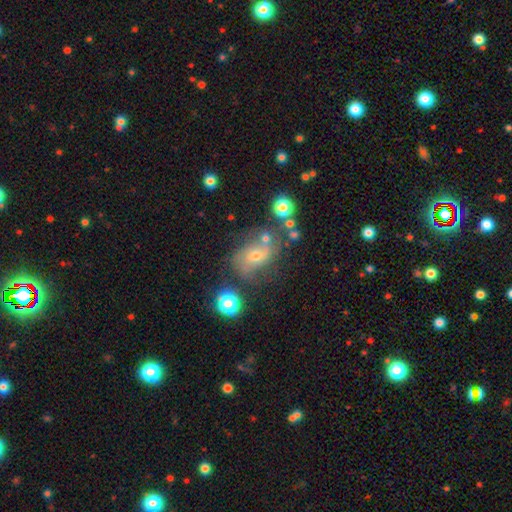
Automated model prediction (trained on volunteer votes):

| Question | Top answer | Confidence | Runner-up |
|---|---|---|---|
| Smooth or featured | featured or disk | 52% | smooth (30%) |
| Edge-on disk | no | 94% | yes (6%) |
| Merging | none | 52% | minor disturbance (21%) |